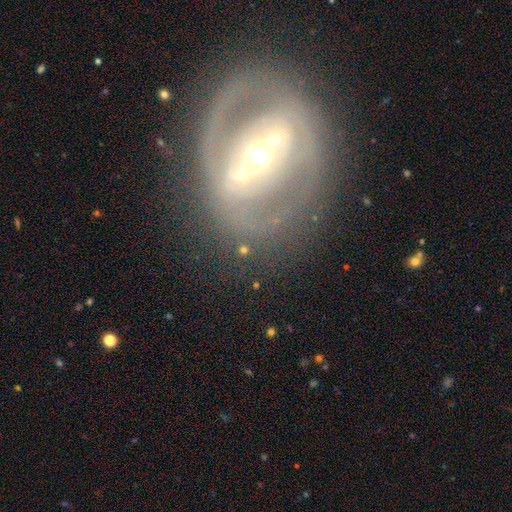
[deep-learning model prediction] Smooth or featured? featured or disk (82%)
Edge-on disk? no (92%)
Bar? strong (68%)
Spiral arms? yes (68%)
Spiral winding? tight (50%)
Spiral arm count? 2 (62%)
Bulge size? moderate (48%)
Merging? none (73%)